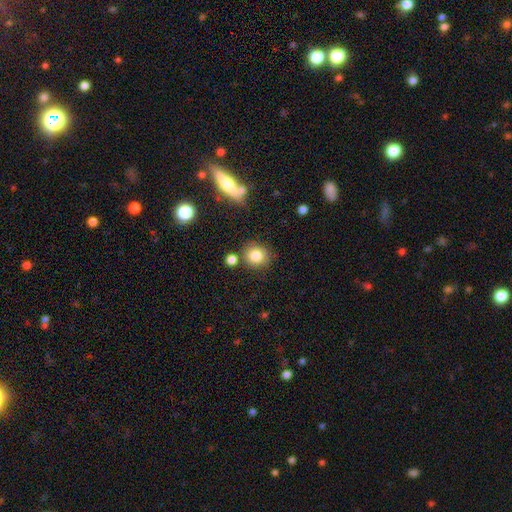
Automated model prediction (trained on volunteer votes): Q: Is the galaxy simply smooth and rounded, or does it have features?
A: smooth — 82%.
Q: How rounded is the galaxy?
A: round — 82%.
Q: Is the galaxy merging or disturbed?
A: none — 77%.